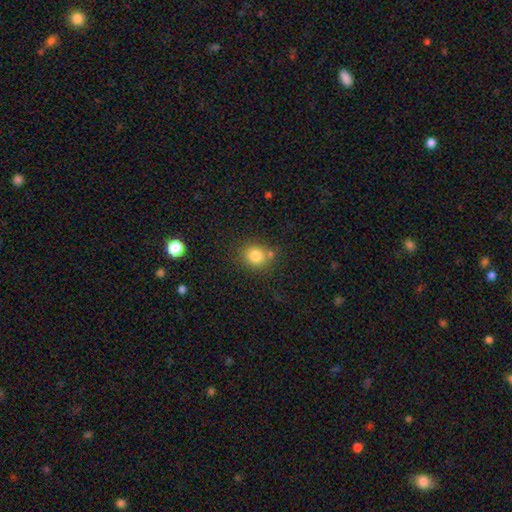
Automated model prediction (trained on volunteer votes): smooth_or_featured: smooth (p=0.82) [alt: star or artifact p=0.11]
how_rounded: round (p=0.79) [alt: in between p=0.20]
merging: none (p=0.70) [alt: merger p=0.14]